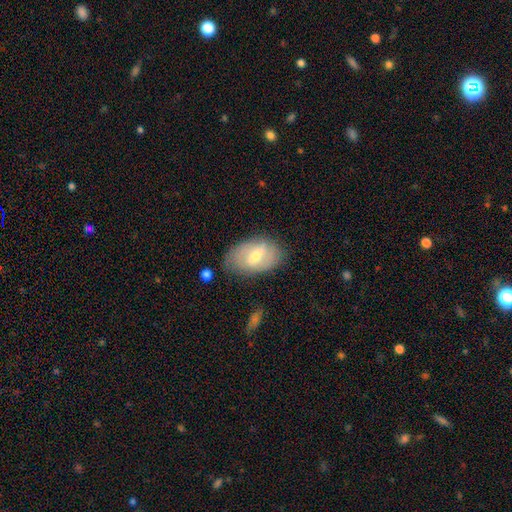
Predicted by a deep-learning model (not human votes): smooth-or-featured: featured or disk: 50% | smooth: 43% | star or artifact: 7%
  merging: none: 75% | minor disturbance: 18% | major disturbance: 5% | merger: 2%